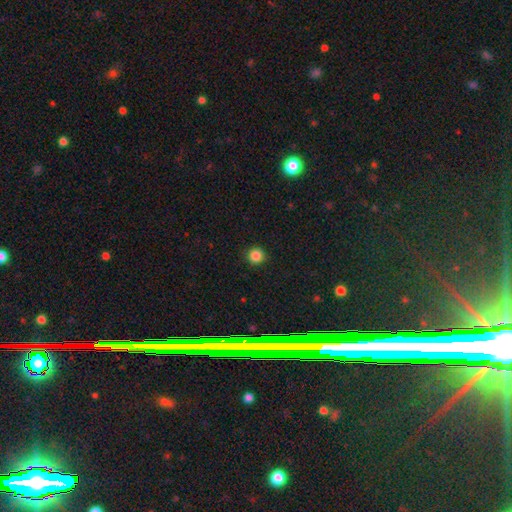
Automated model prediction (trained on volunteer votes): smooth_or_featured: smooth (p=0.86) [alt: star or artifact p=0.11]
how_rounded: round (p=0.95) [alt: in between p=0.04]
merging: none (p=0.92) [alt: minor disturbance p=0.05]